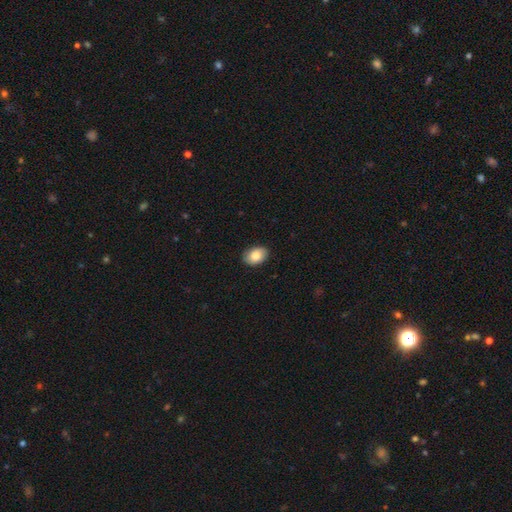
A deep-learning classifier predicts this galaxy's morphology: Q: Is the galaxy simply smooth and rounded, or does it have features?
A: smooth — 81%.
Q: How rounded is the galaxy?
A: in between — 82%.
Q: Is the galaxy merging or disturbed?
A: none — 85%.